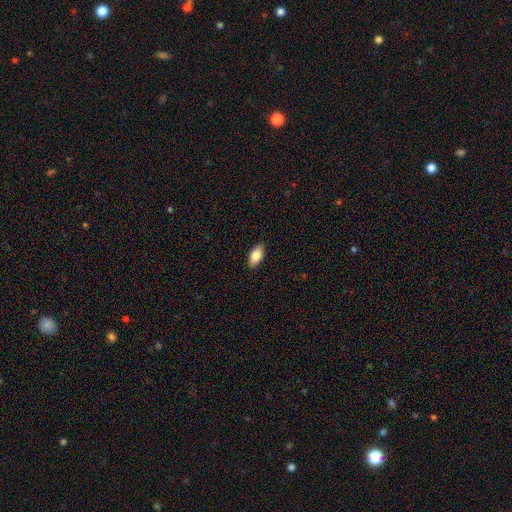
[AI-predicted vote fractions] Smooth or featured: smooth — 80% (featured or disk — 13%)
How rounded: in between — 91% (cigar-shaped — 5%)
Merging: none — 88% (minor disturbance — 9%)